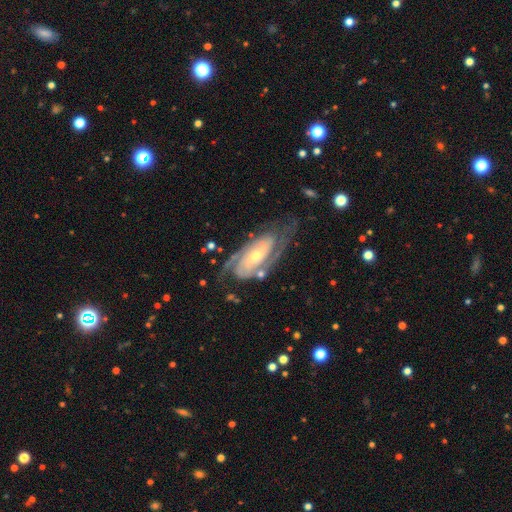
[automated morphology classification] type=featured or disk (91%); edge-on=no (95%); bar=no (44%); spiral arms=yes (98%); winding=tight (58%); arm count=2 (77%); bulge=small (52%); merging=none (72%).